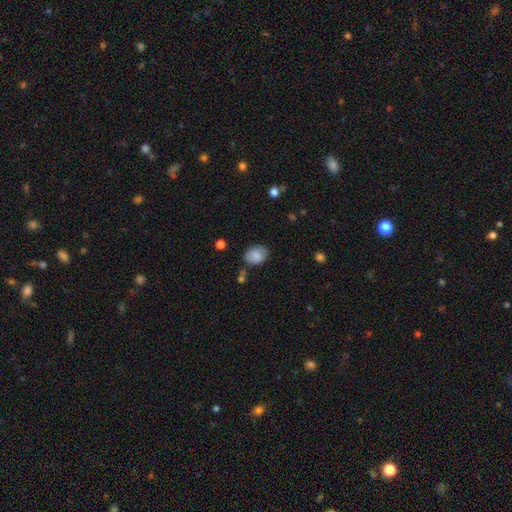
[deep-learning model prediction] Smooth or featured?
  - smooth: 84% *
  - featured or disk: 8%
  - star or artifact: 8%
How rounded?
  - in between: 67% *
  - round: 32%
  - cigar-shaped: 1%
Merging?
  - none: 74% *
  - minor disturbance: 18%
  - major disturbance: 5%
  - merger: 4%